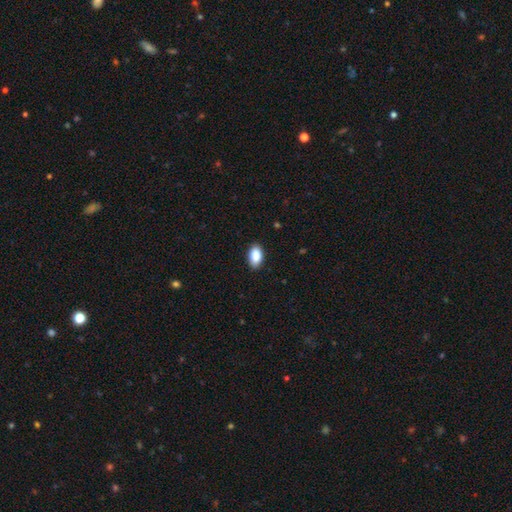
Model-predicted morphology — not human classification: Smooth or featured?
  - smooth: 88% *
  - star or artifact: 7%
  - featured or disk: 5%
How rounded?
  - in between: 93% *
  - round: 5%
  - cigar-shaped: 2%
Merging?
  - none: 88% *
  - minor disturbance: 9%
  - major disturbance: 2%
  - merger: 1%